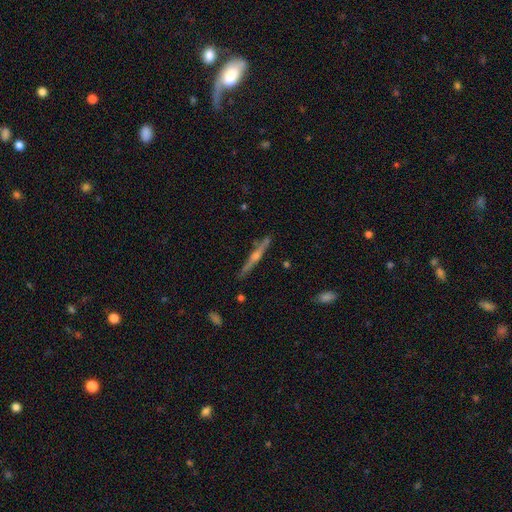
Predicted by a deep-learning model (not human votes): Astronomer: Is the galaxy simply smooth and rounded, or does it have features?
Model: featured or disk — 78%.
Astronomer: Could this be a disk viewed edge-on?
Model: yes — 98%.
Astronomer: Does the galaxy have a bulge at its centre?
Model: rounded — 86%.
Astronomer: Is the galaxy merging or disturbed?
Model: none — 88%.